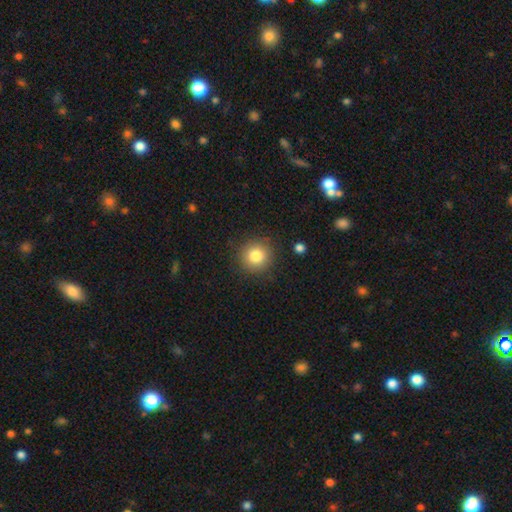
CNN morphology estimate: Smooth or featured: smooth — 81% (star or artifact — 11%)
How rounded: round — 93% (in between — 6%)
Merging: none — 87% (minor disturbance — 8%)